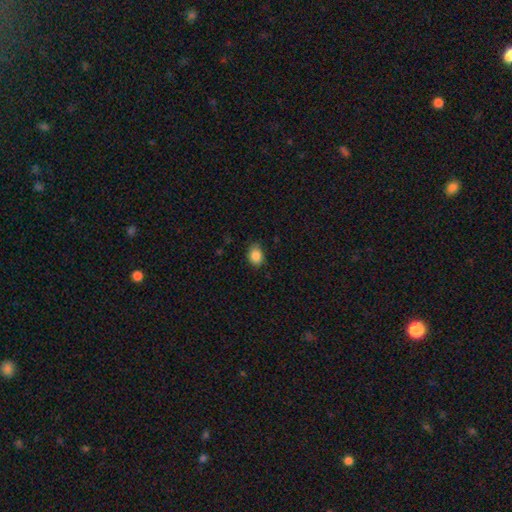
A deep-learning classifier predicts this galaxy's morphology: Smooth or featured?
  - smooth: 87% *
  - star or artifact: 9%
  - featured or disk: 5%
How rounded?
  - in between: 62% *
  - round: 37%
  - cigar-shaped: 1%
Merging?
  - none: 79% *
  - minor disturbance: 17%
  - major disturbance: 3%
  - merger: 1%